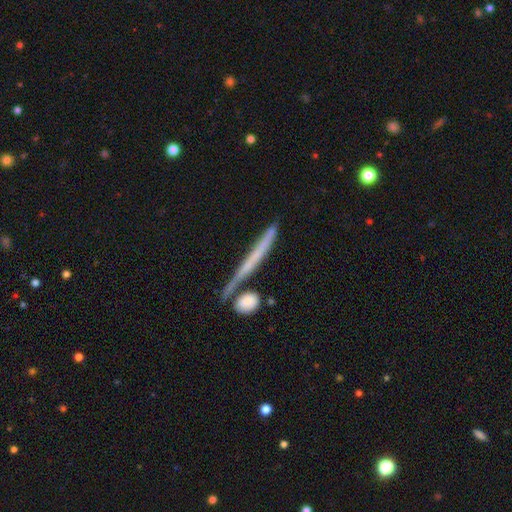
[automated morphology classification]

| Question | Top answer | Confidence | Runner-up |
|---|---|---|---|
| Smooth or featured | featured or disk | 47% | smooth (45%) |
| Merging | none | 65% | minor disturbance (15%) |